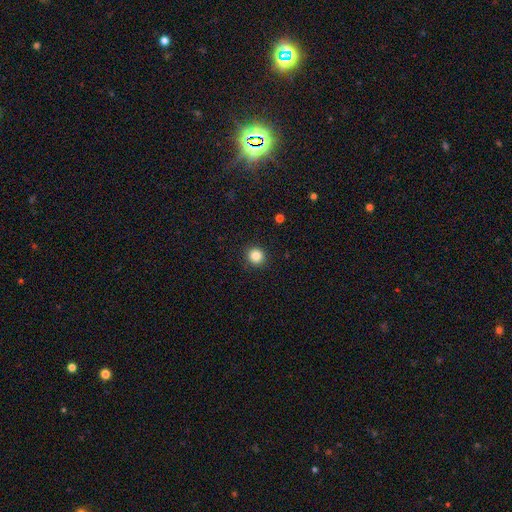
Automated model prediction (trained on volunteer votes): smooth-or-featured: smooth: 85% | star or artifact: 11% | featured or disk: 4%
  how-rounded: round: 92% | in between: 7% | cigar-shaped: 1%
  merging: none: 91% | minor disturbance: 6% | major disturbance: 2% | merger: 1%